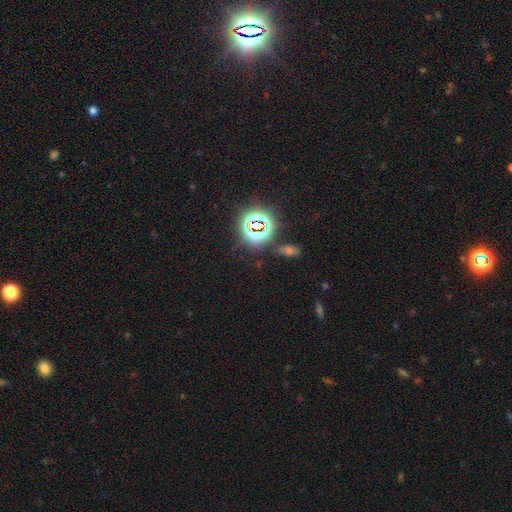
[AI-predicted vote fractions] Smooth or featured? Predicted: star or artifact (p=0.78).